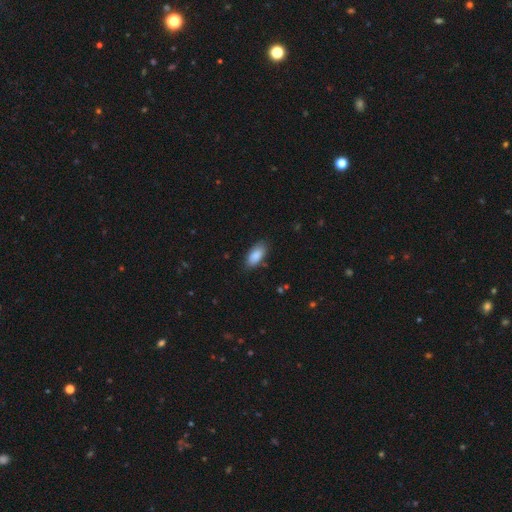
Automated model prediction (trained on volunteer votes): A smooth galaxy with no disk features (88%) that is in between round and cigar-shaped (91%).

Vote fractions:
- Smooth or featured? smooth: 88% / star or artifact: 6% / featured or disk: 6%
- How rounded? in between: 91% / cigar-shaped: 6% / round: 2%
- Merging? none: 80% / minor disturbance: 15% / major disturbance: 3% / merger: 1%